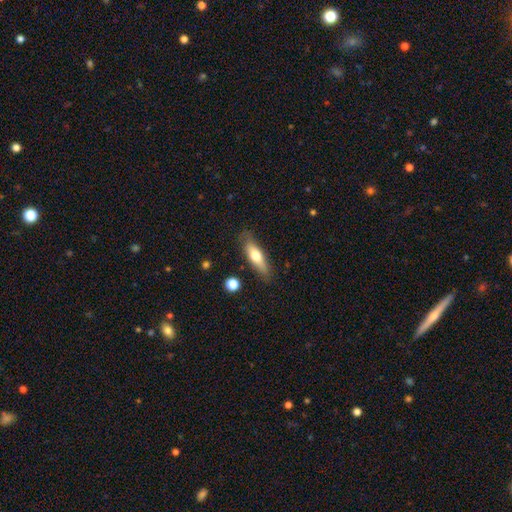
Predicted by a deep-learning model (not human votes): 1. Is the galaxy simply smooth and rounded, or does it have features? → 64% smooth, 30% featured or disk, 6% star or artifact.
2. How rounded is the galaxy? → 55% cigar-shaped, 42% in between, 2% round.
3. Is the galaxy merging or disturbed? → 80% none, 15% minor disturbance, 3% major disturbance, 2% merger.